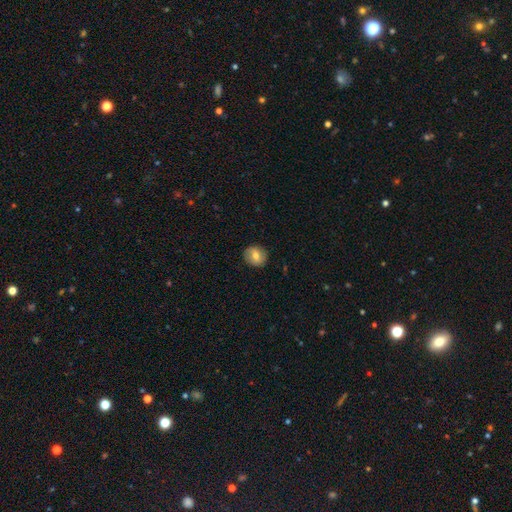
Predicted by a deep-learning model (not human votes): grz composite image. It shows a smooth galaxy with no disk features (68%) that is round (80%). Merging: none (86%).